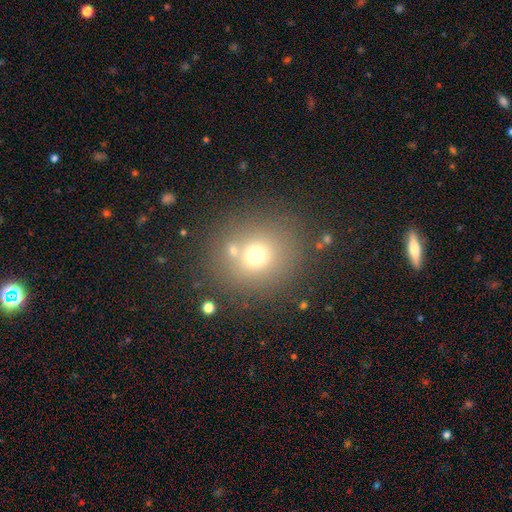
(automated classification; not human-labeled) Smooth or featured?
  - smooth: 67% *
  - star or artifact: 19%
  - featured or disk: 14%
How rounded?
  - round: 83% *
  - in between: 16%
  - cigar-shaped: 1%
Merging?
  - none: 76% *
  - merger: 10%
  - minor disturbance: 9%
  - major disturbance: 5%